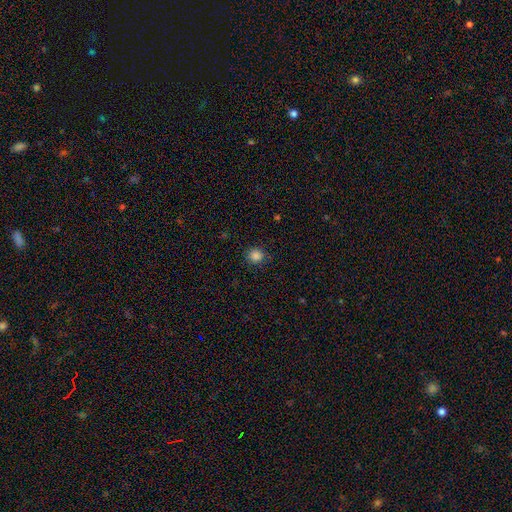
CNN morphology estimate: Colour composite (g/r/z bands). It shows a smooth galaxy with no disk features (84%) that is round (88%). Merging: none (87%).